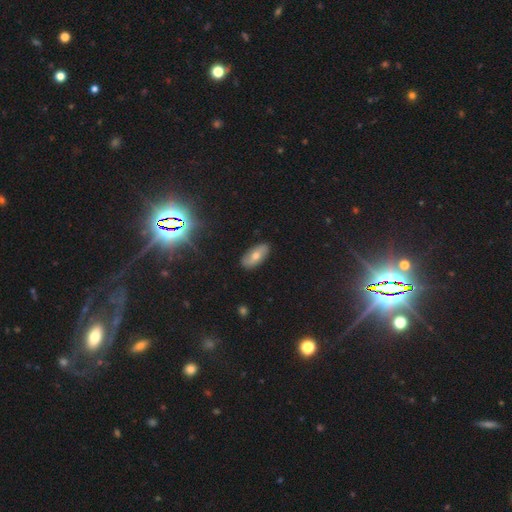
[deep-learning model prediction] Morphology: type=smooth (51%); roundness=in between (87%); merging=none (86%).